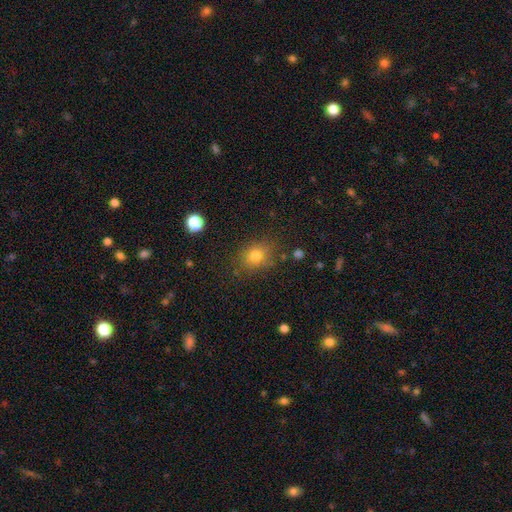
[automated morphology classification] The model was most divided on "how rounded": round: 63%, in between: 36%, cigar-shaped: 1%. More confident: merging — none (81%); smooth or featured — smooth (79%).